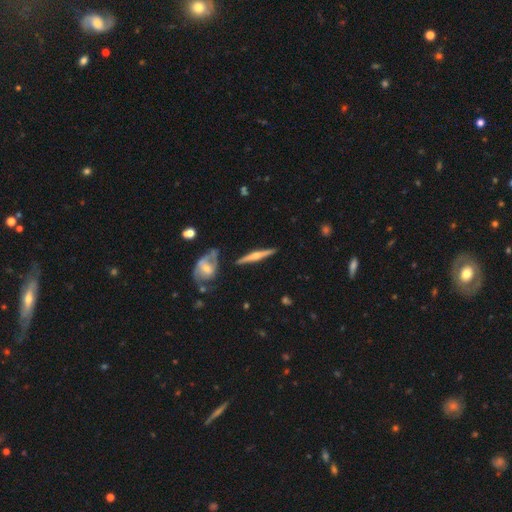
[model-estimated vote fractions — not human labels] Smooth or featured? Predicted: featured or disk (p=0.74). Edge-on disk? Predicted: yes (p=0.97). Edge-on bulge? Predicted: rounded (p=0.86). Merging? Predicted: none (p=0.86).